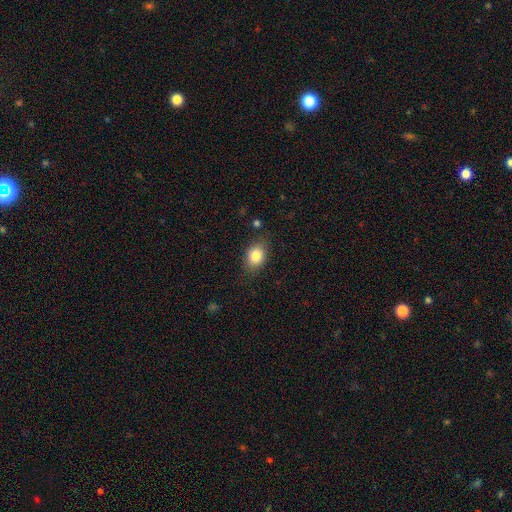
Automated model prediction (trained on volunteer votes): Smooth or featured?
  - smooth: 83% *
  - star or artifact: 9%
  - featured or disk: 8%
How rounded?
  - in between: 72% *
  - round: 26%
  - cigar-shaped: 2%
Merging?
  - none: 79% *
  - minor disturbance: 15%
  - major disturbance: 4%
  - merger: 2%